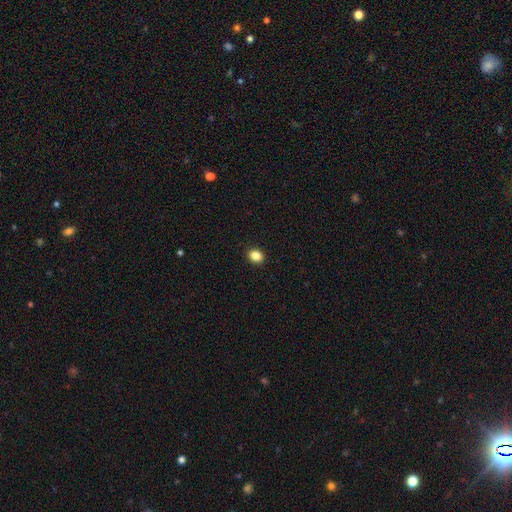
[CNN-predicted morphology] Smooth or featured? smooth (85%)
How rounded? round (54%)
Merging? none (92%)